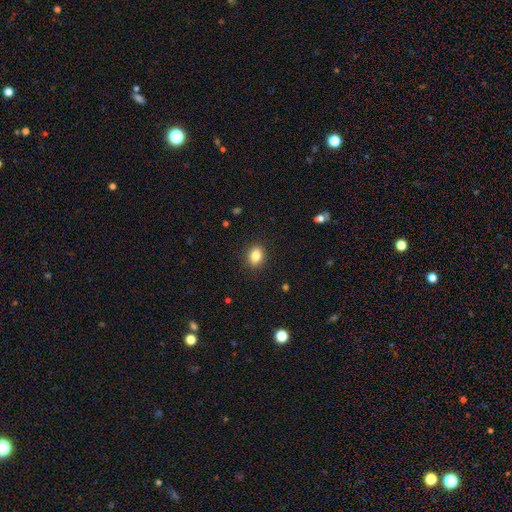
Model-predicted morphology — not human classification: Smooth or featured? Predicted: smooth (p=0.85). How rounded? Predicted: in between (p=0.61). Merging? Predicted: none (p=0.89).